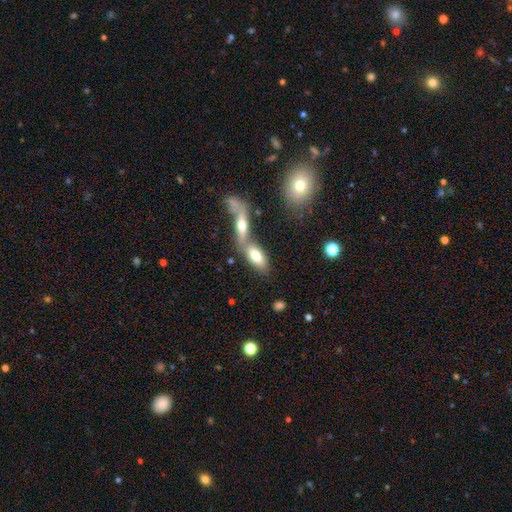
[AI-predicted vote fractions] The model was most divided on "merging": merger: 47%, none: 40%, minor disturbance: 10%, major disturbance: 4%. More confident: how rounded — in between (82%); smooth or featured — smooth (71%).